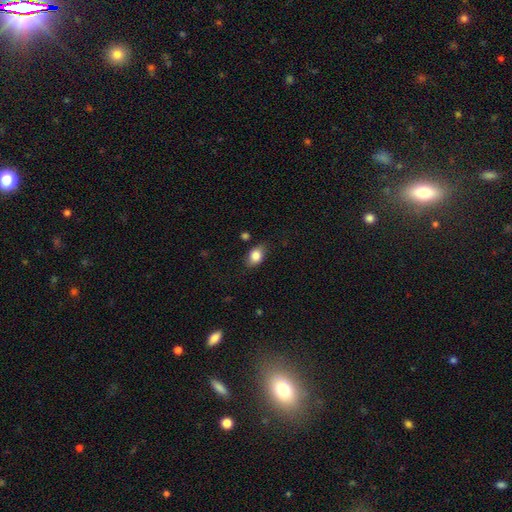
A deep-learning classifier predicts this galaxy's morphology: This appears to be a smooth galaxy with no disk features (84%) that is in between round and cigar-shaped (78%). Merging: none (77%).